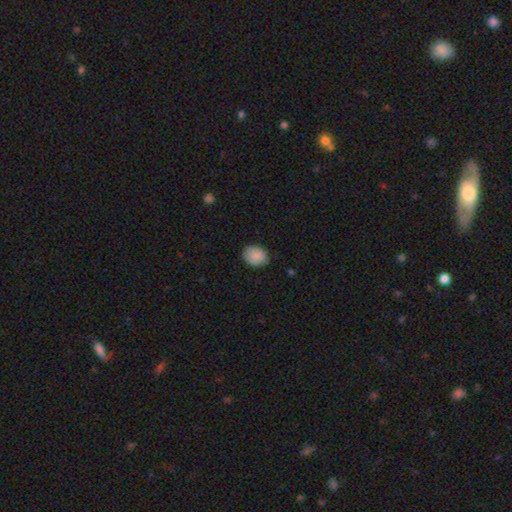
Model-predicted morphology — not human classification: Q: Smooth or featured?
A: smooth (88%); runner-up: star or artifact (8%)
Q: How rounded?
A: in between (52%); runner-up: round (48%)
Q: Merging?
A: none (81%); runner-up: minor disturbance (15%)